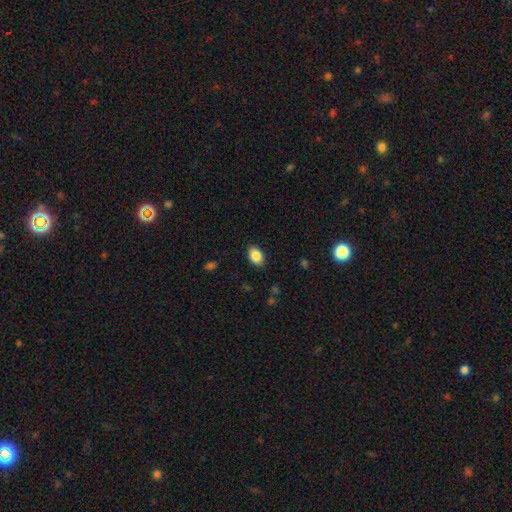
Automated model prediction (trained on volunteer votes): Overall: smooth (86%). How rounded: in between (85%). Merging: none (86%).